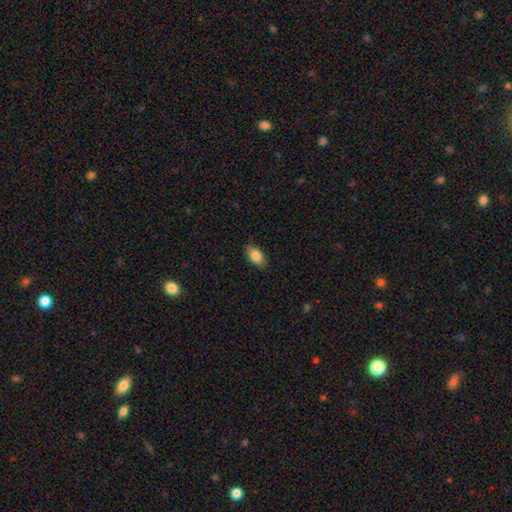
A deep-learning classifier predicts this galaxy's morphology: smooth-or-featured: smooth: 84% | featured or disk: 9% | star or artifact: 7%
  how-rounded: in between: 92% | round: 5% | cigar-shaped: 3%
  merging: none: 88% | minor disturbance: 9% | major disturbance: 2% | merger: 1%